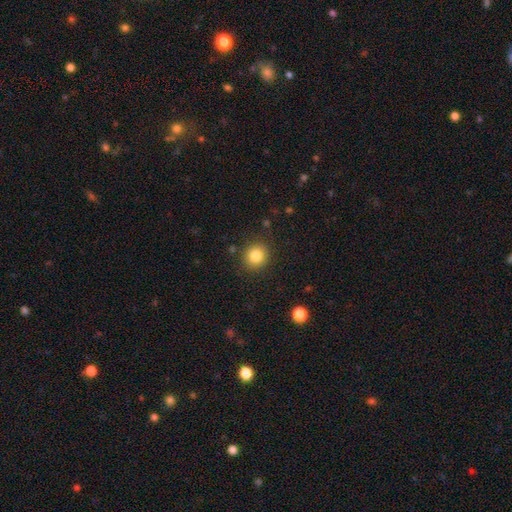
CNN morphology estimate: smooth-or-featured: smooth: 83% | star or artifact: 11% | featured or disk: 6%
  how-rounded: round: 83% | in between: 16% | cigar-shaped: 1%
  merging: none: 88% | minor disturbance: 8% | major disturbance: 3% | merger: 2%